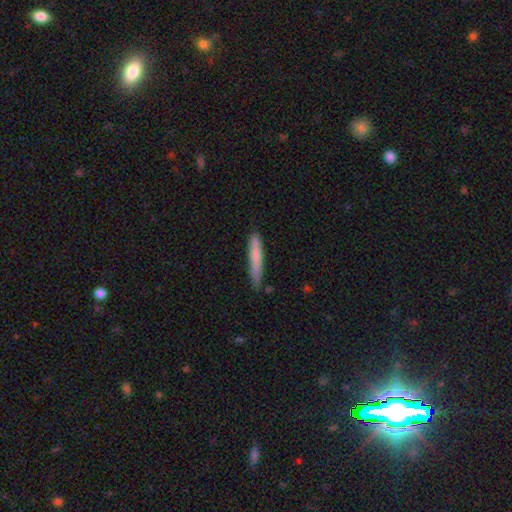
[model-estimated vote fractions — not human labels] Morphology: type=smooth (74%); roundness=cigar-shaped (94%); merging=none (79%).